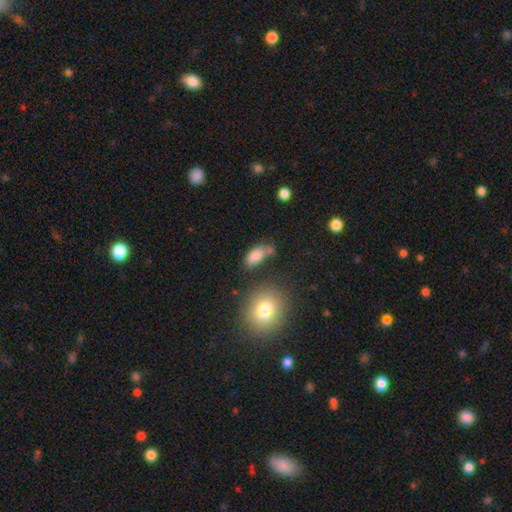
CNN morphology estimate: Smooth or featured?
  - smooth: 81% *
  - star or artifact: 10%
  - featured or disk: 9%
How rounded?
  - in between: 87% *
  - cigar-shaped: 7%
  - round: 6%
Merging?
  - none: 50% *
  - minor disturbance: 23%
  - merger: 17%
  - major disturbance: 10%